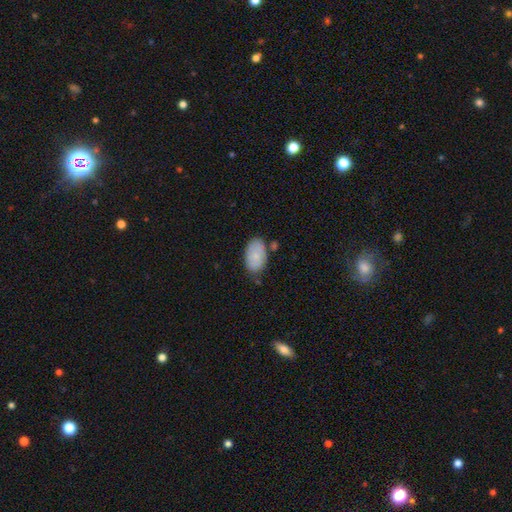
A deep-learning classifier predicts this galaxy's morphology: Smooth or featured: smooth — 80% (featured or disk — 14%)
How rounded: in between — 94% (round — 5%)
Merging: none — 71% (minor disturbance — 19%)